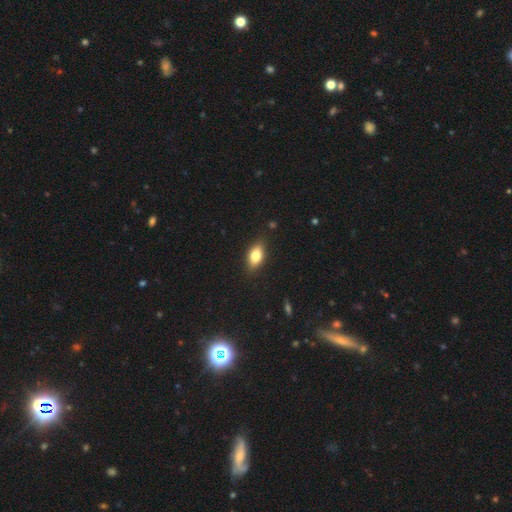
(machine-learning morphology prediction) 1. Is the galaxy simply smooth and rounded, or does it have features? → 78% smooth, 14% featured or disk, 8% star or artifact.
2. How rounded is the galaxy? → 86% in between, 7% round, 7% cigar-shaped.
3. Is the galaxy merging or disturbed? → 86% none, 11% minor disturbance, 2% major disturbance, 1% merger.